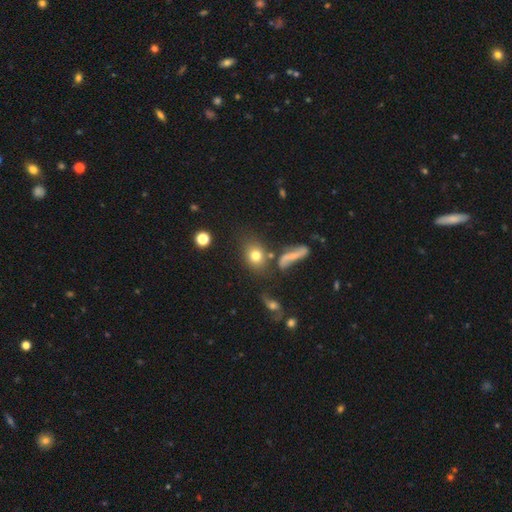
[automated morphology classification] The model was most divided on "how rounded": round: 55%, in between: 42%, cigar-shaped: 3%. More confident: smooth or featured — smooth (75%); merging — none (66%).